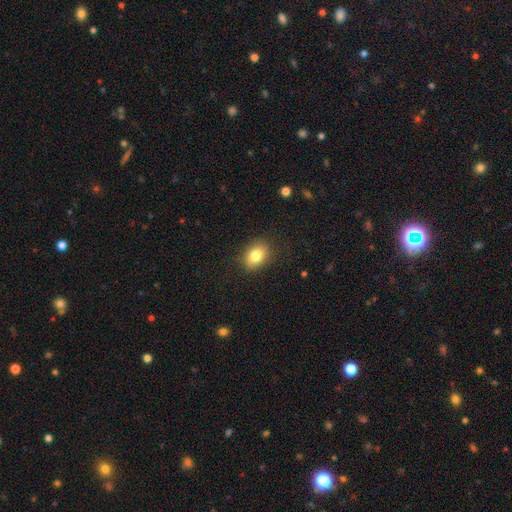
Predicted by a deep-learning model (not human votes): Morphology: type=smooth (81%); roundness=in between (68%); merging=none (85%).